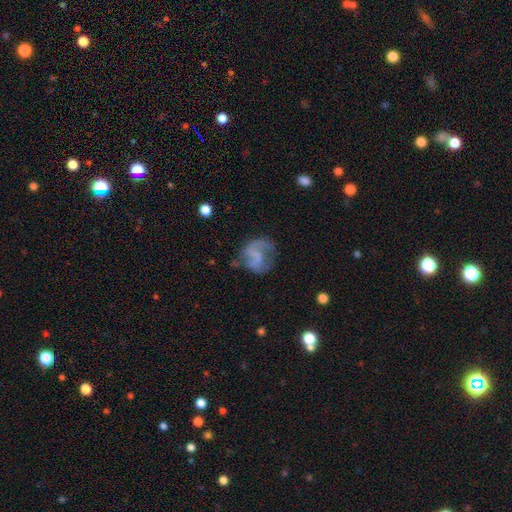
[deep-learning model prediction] Q: Smooth or featured?
A: featured or disk (64%); runner-up: smooth (27%)
Q: Edge-on disk?
A: no (98%); runner-up: yes (2%)
Q: Bar?
A: no (43%); runner-up: weak (38%)
Q: Spiral arms?
A: yes (80%); runner-up: no (20%)
Q: Bulge size?
A: none (69%); runner-up: small (17%)
Q: Merging?
A: none (53%); runner-up: minor disturbance (23%)